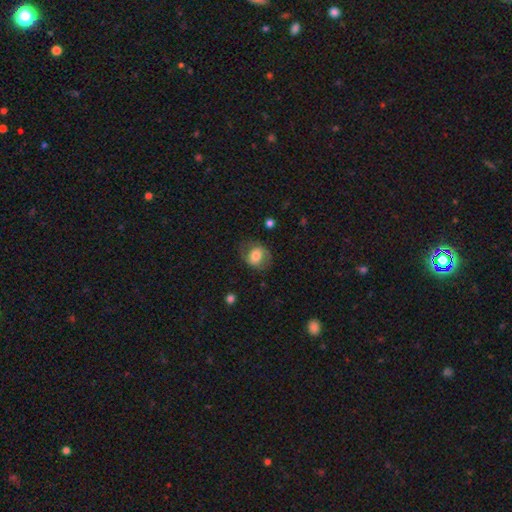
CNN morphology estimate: Smooth or featured: smooth — 55% (featured or disk — 37%)
How rounded: round — 54% (in between — 45%)
Merging: none — 68% (minor disturbance — 20%)